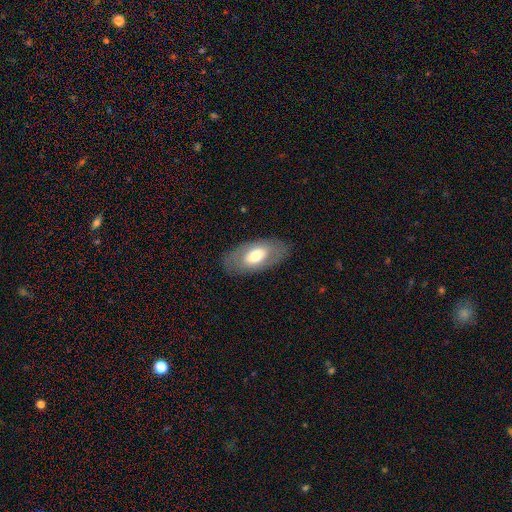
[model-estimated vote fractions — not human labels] Smooth or featured? smooth (57%)
How rounded? in between (92%)
Merging? none (83%)